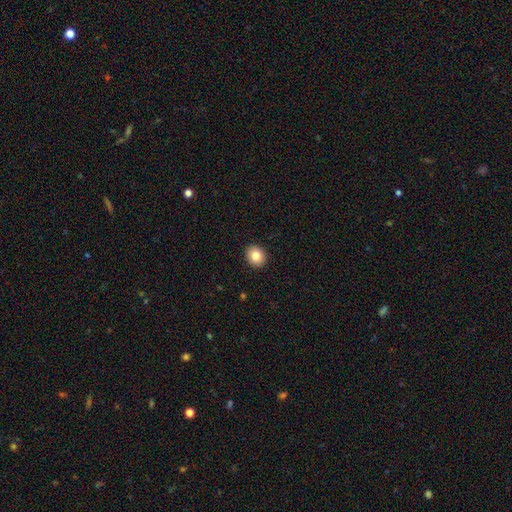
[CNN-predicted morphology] This appears to be a smooth galaxy with no disk features (83%) that is round (69%). Merging: none (92%).